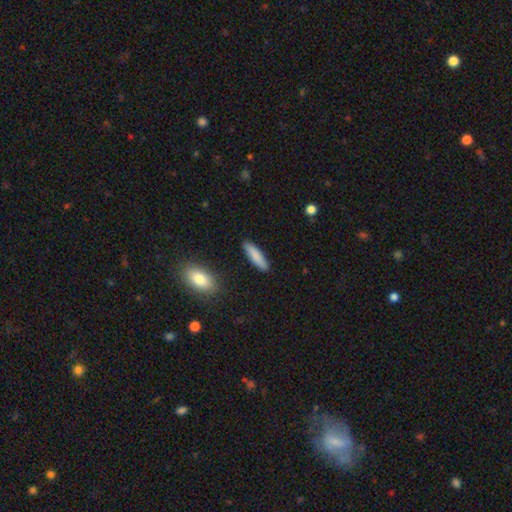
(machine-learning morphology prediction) A smooth galaxy with no disk features (85%) that is cigar-shaped (72%). Merging: none (89%).